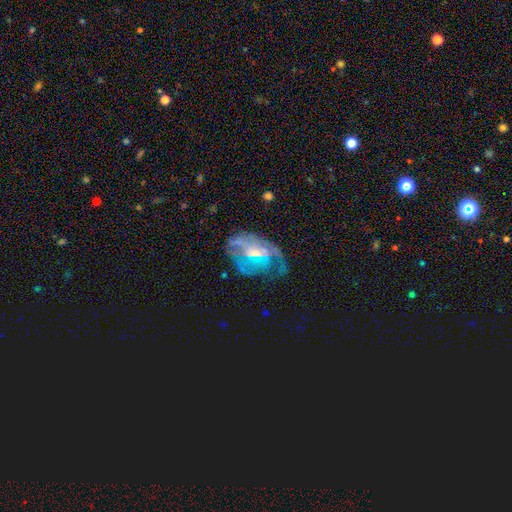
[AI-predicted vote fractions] Smooth or featured? featured or disk (70%)
Edge-on disk? no (94%)
Bar? weak (43%)
Spiral arms? yes (62%)
Bulge size? small (44%)
Merging? none (39%)